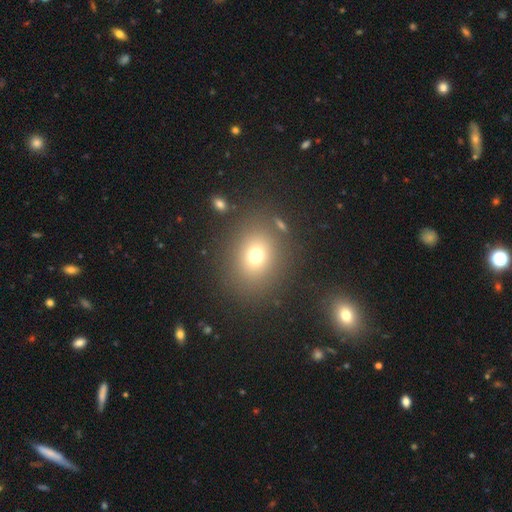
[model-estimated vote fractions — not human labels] Morphology: type=smooth (72%); roundness=round (61%); merging=none (81%).